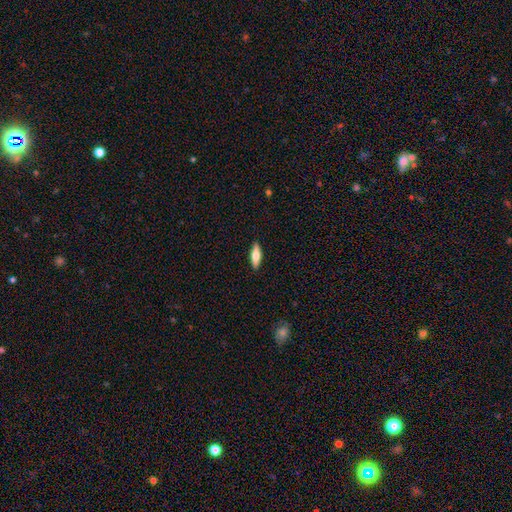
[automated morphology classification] type=smooth (66%); roundness=in between (52%); merging=none (90%).